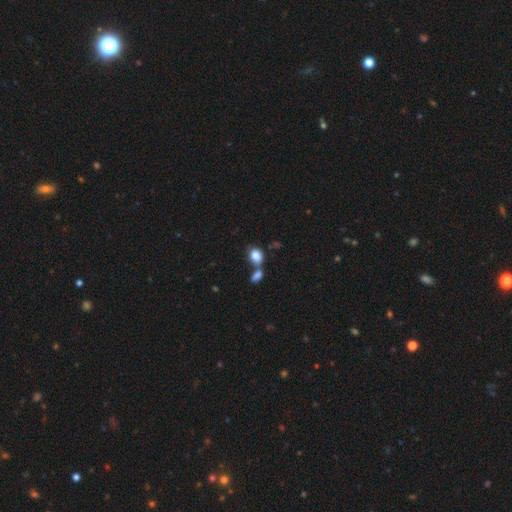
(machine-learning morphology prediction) Smooth or featured? Predicted: smooth (p=0.84). How rounded? Predicted: in between (p=0.64). Merging? Predicted: merger (p=0.46).